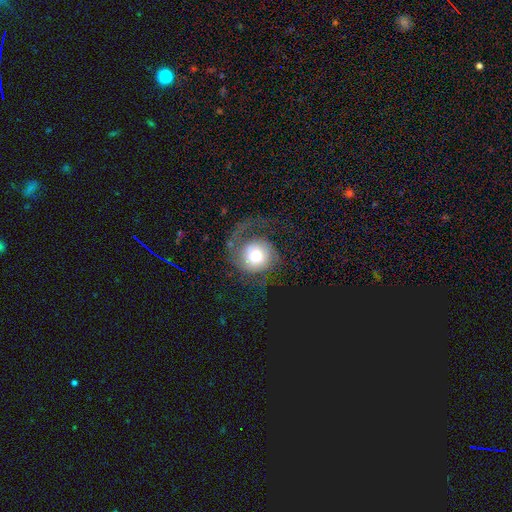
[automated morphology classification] Smooth or featured?
  - featured or disk: 52% *
  - smooth: 39%
  - star or artifact: 9%
Edge-on disk?
  - no: 97% *
  - yes: 3%
Bar?
  - no: 77% *
  - weak: 18%
  - strong: 4%
Spiral arms?
  - yes: 82% *
  - no: 18%
Bulge size?
  - moderate: 53% *
  - large: 30%
  - small: 8%
  - dominant: 8%
  - none: 1%
Merging?
  - none: 44% *
  - major disturbance: 38%
  - minor disturbance: 15%
  - merger: 2%